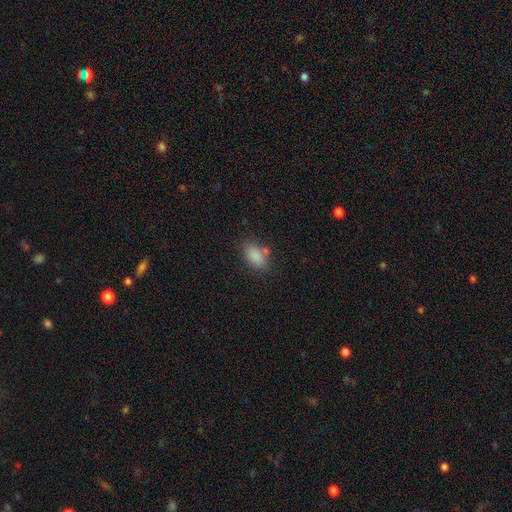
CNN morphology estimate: The model was most divided on "merging": none: 72%, minor disturbance: 15%, merger: 8%, major disturbance: 5%. More confident: how rounded — in between (89%); smooth or featured — smooth (86%).